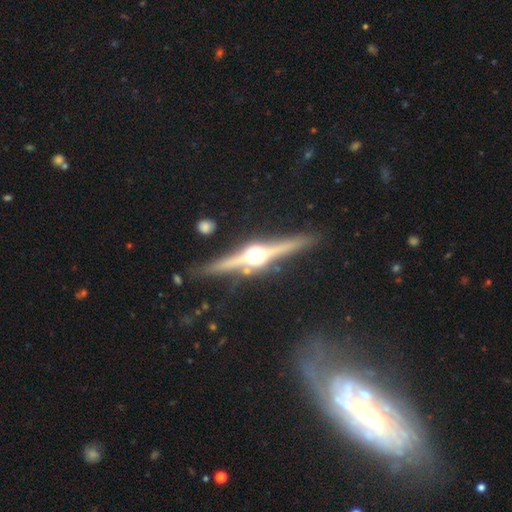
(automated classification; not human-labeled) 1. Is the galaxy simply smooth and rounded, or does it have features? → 85% featured or disk, 9% smooth, 6% star or artifact.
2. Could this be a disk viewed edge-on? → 98% yes, 2% no.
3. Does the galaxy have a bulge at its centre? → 95% rounded, 3% boxy, 1% none.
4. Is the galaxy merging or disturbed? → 86% none, 9% minor disturbance, 3% merger, 2% major disturbance.